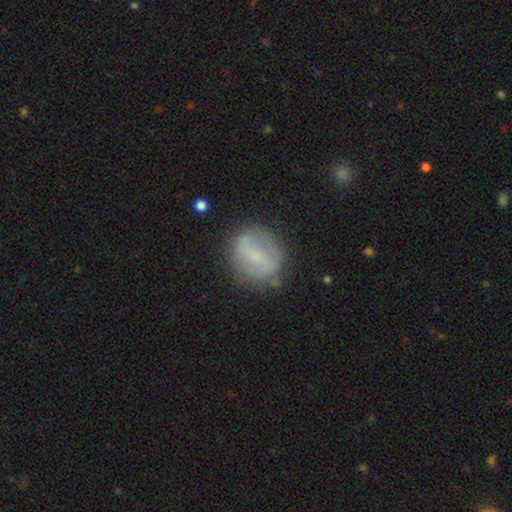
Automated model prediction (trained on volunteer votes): Smooth or featured: smooth — 48% (featured or disk — 44%)
Merging: none — 77% (minor disturbance — 15%)